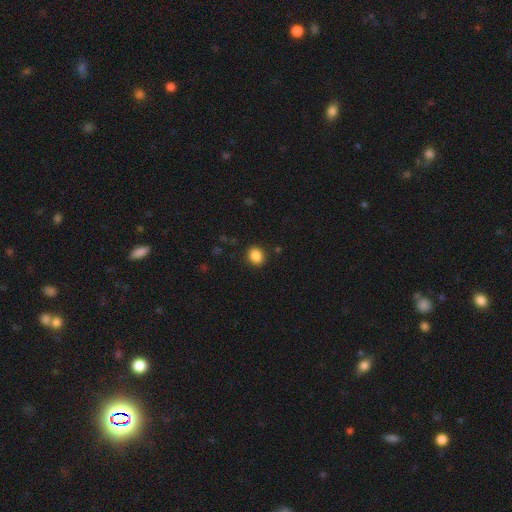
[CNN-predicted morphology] Smooth or featured: smooth — 87% (star or artifact — 10%)
How rounded: round — 61% (in between — 38%)
Merging: none — 90% (minor disturbance — 7%)